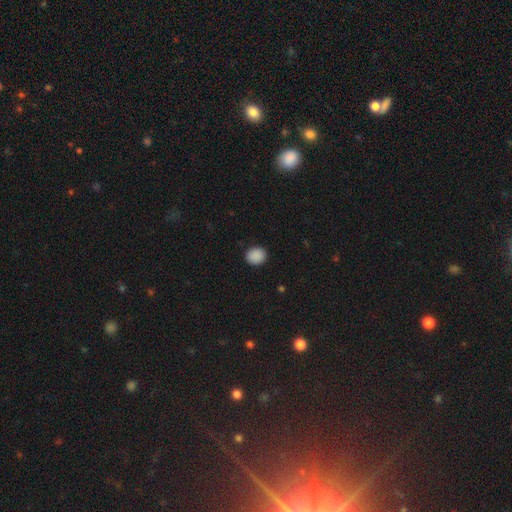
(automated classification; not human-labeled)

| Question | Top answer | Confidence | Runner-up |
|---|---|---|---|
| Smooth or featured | smooth | 89% | star or artifact (9%) |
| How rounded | round | 71% | in between (28%) |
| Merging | none | 91% | minor disturbance (6%) |